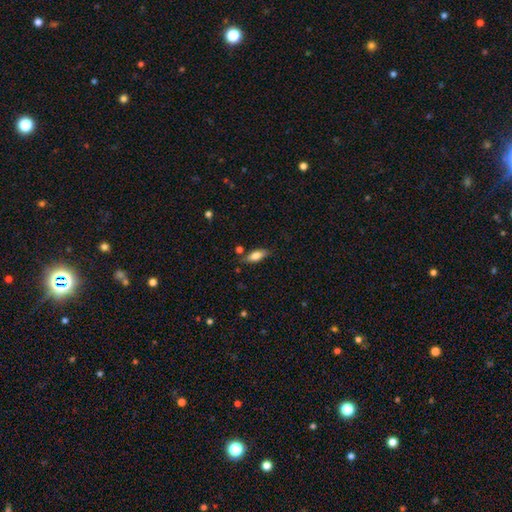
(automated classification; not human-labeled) Smooth or featured?
  - smooth: 76% *
  - featured or disk: 16%
  - star or artifact: 7%
How rounded?
  - in between: 78% *
  - cigar-shaped: 19%
  - round: 3%
Merging?
  - none: 74% *
  - minor disturbance: 18%
  - merger: 4%
  - major disturbance: 4%